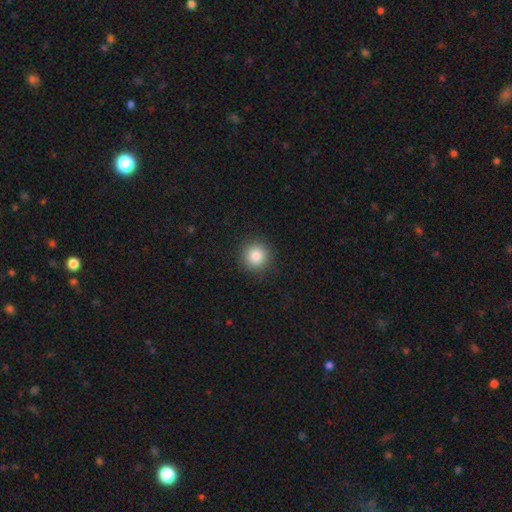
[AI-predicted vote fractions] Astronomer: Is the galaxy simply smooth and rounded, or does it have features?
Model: smooth — 86%.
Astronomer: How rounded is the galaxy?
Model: round — 94%.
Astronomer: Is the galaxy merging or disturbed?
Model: none — 91%.